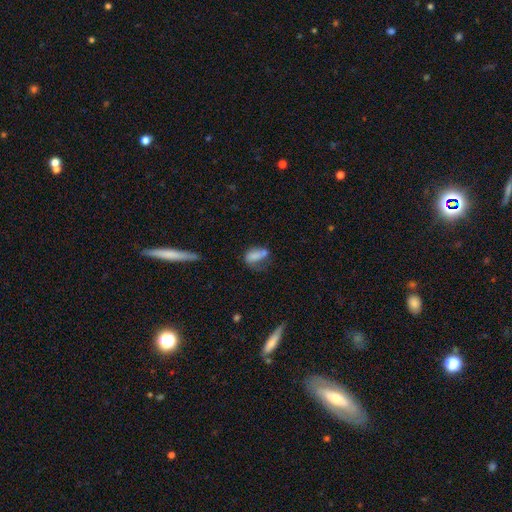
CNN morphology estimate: Smooth or featured?
  - smooth: 73% *
  - featured or disk: 16%
  - star or artifact: 11%
How rounded?
  - in between: 80% *
  - cigar-shaped: 12%
  - round: 9%
Merging?
  - none: 31% *
  - minor disturbance: 26%
  - major disturbance: 24%
  - merger: 19%